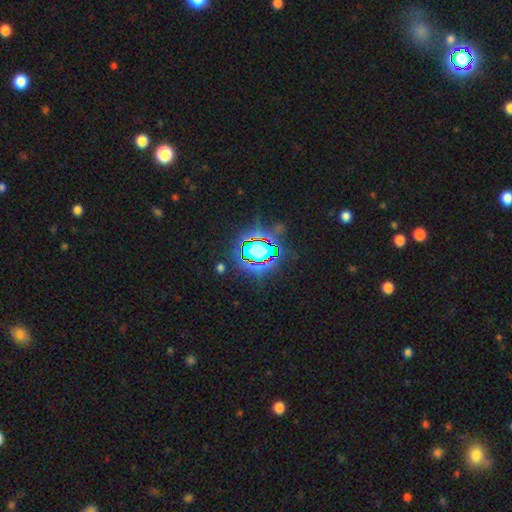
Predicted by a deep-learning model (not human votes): Smooth or featured?
  - star or artifact: 73% *
  - smooth: 16%
  - featured or disk: 11%